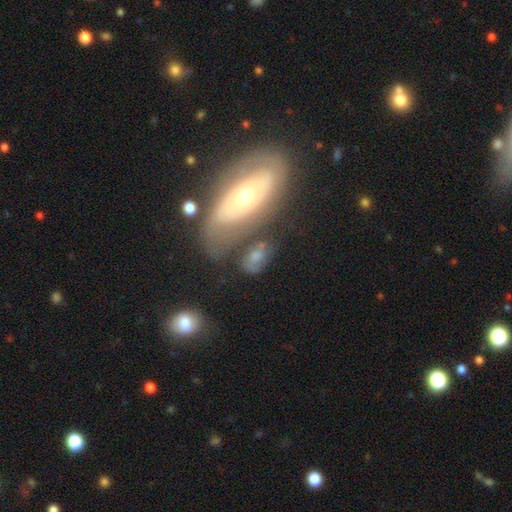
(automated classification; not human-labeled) Smooth or featured? Predicted: featured or disk (p=0.48). Merging? Predicted: none (p=0.47).